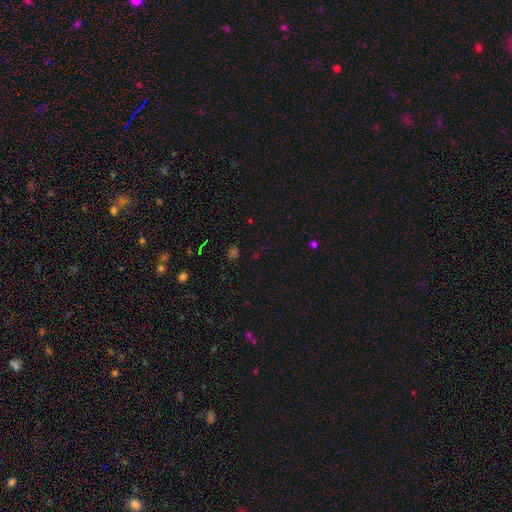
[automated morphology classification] Smooth or featured? star or artifact (51%)